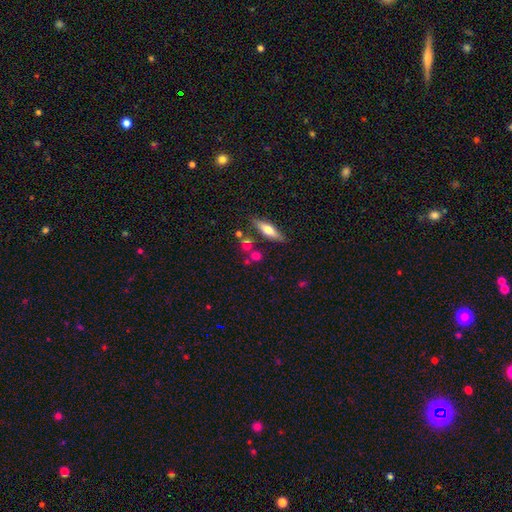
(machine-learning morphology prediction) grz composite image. It shows a smooth galaxy with no disk features (59%) that is round (39%). Merging: none (64%).